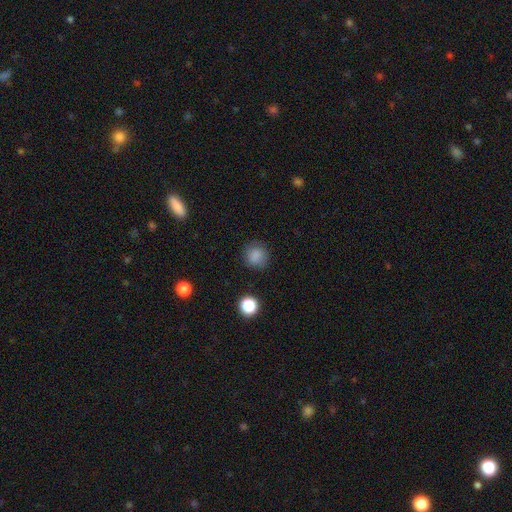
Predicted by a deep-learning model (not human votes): Overall: smooth (83%). How rounded: round (85%). Merging: none (83%).